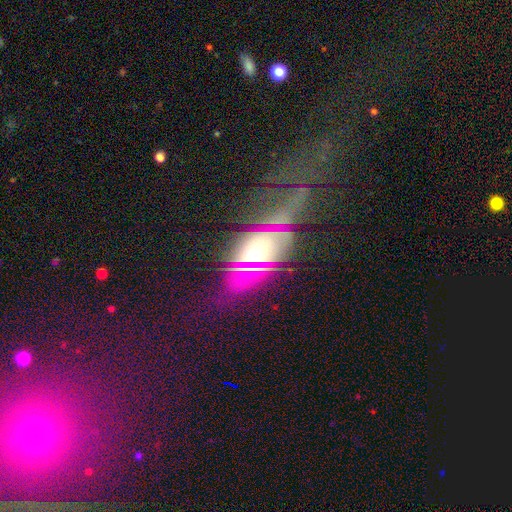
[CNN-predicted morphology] smooth_or_featured: featured or disk (p=0.40) [alt: star or artifact p=0.31]
merging: none (p=0.45) [alt: major disturbance p=0.31]